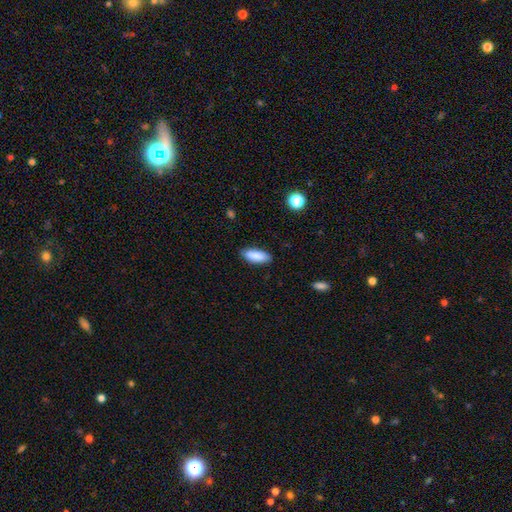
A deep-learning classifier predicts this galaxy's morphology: Overall: smooth (88%). How rounded: in between (74%). Merging: none (86%).